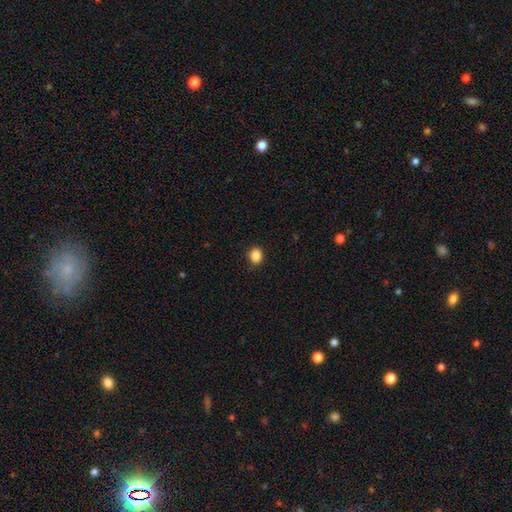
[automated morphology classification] The model was most divided on "how rounded": round: 57%, in between: 42%, cigar-shaped: 1%. More confident: merging — none (88%); smooth or featured — smooth (87%).